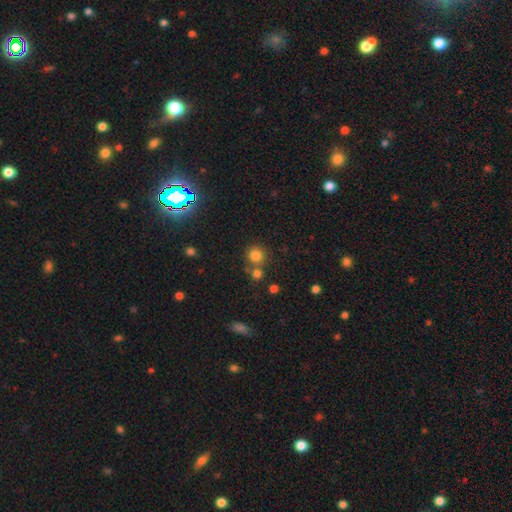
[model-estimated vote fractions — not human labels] This appears to be a smooth galaxy with no disk features (79%) that is round (91%). Merging: none (67%).